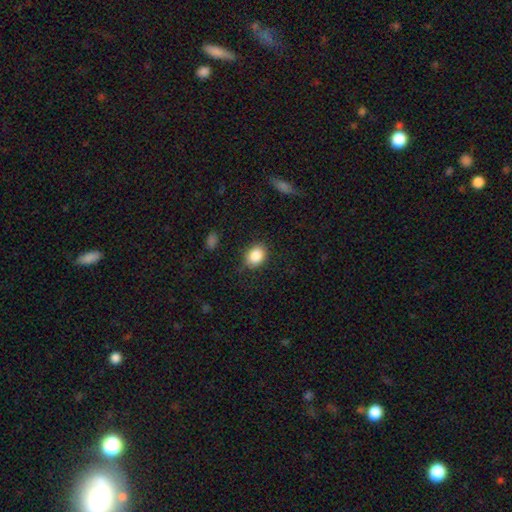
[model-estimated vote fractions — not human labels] smooth 87%, star or artifact 8%, featured or disk 5%. Down the decision tree: how rounded — in between (61%); merging — none (79%).